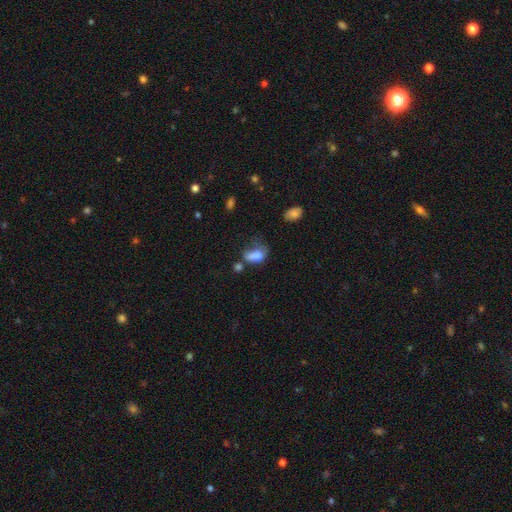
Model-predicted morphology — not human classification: Smooth or featured? Predicted: smooth (p=0.74). How rounded? Predicted: in between (p=0.84). Merging? Predicted: major disturbance (p=0.34).